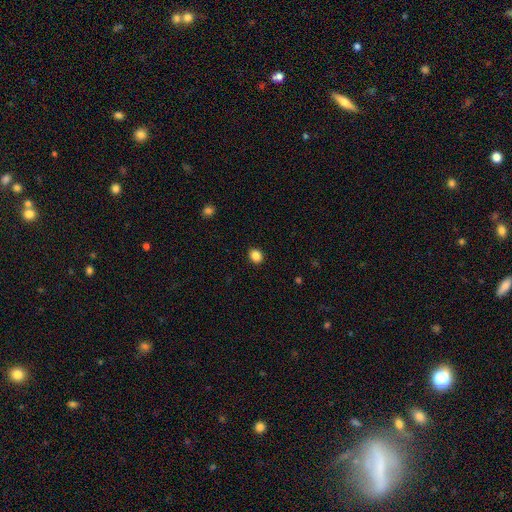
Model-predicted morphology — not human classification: This appears to be a smooth galaxy with no disk features (87%) that is round (59%). Merging: none (91%).